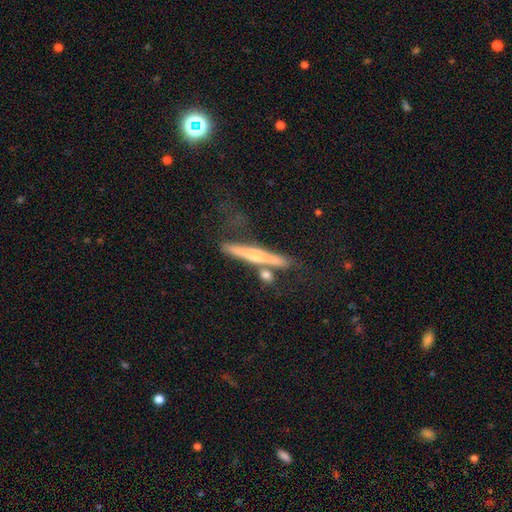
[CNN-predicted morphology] Smooth or featured: featured or disk — 54% (smooth — 38%)
Edge-on disk: yes — 92% (no — 8%)
Merging: none — 62% (minor disturbance — 18%)